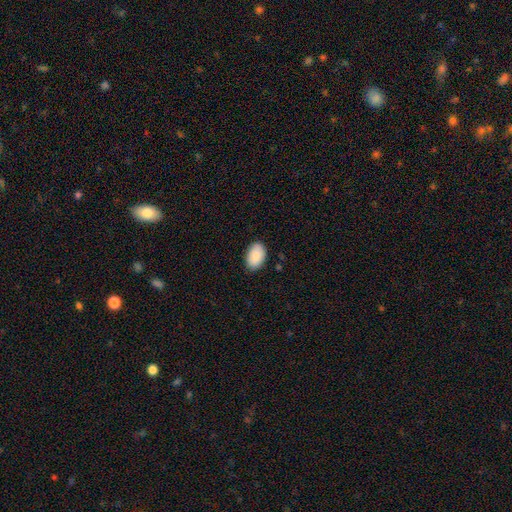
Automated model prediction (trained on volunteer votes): This appears to be a smooth galaxy with no disk features (89%) that is in between round and cigar-shaped (91%). Merging: none (85%).